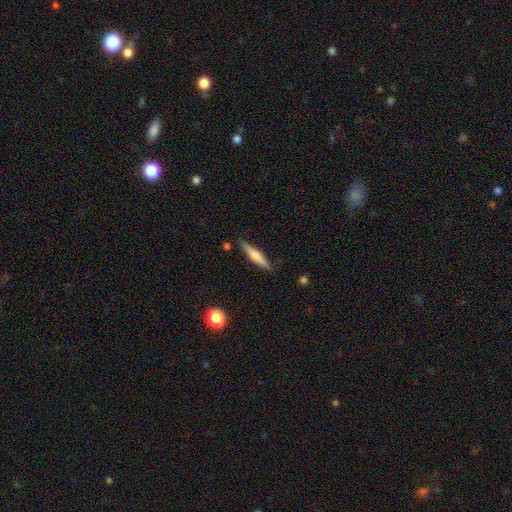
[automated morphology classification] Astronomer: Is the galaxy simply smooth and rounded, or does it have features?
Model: smooth — 58% (runner-up: featured or disk, 36%).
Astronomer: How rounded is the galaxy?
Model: cigar-shaped — 87%.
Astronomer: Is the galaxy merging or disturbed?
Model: none — 85%.